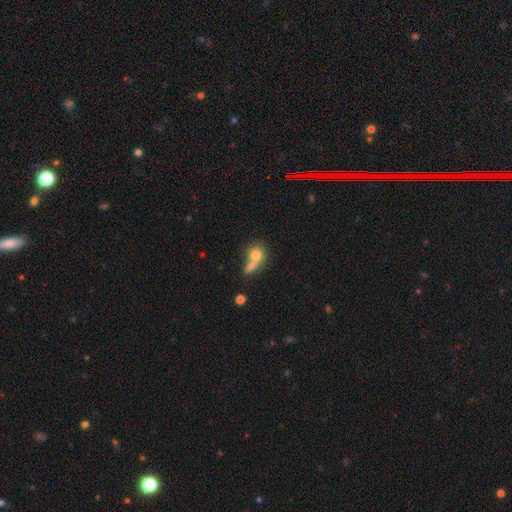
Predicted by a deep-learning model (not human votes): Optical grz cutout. It shows a smooth galaxy with no disk features (75%) that is round (66%). Merging: merger (50%).